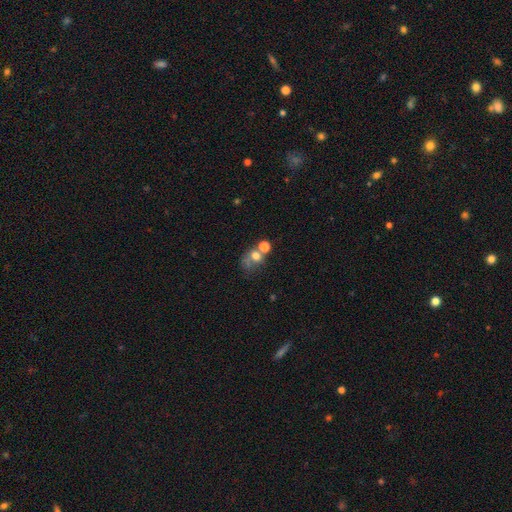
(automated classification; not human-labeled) Overall: smooth (62%). How rounded: round (57%; in between 41%). Merging: merger (42%; none 28%).